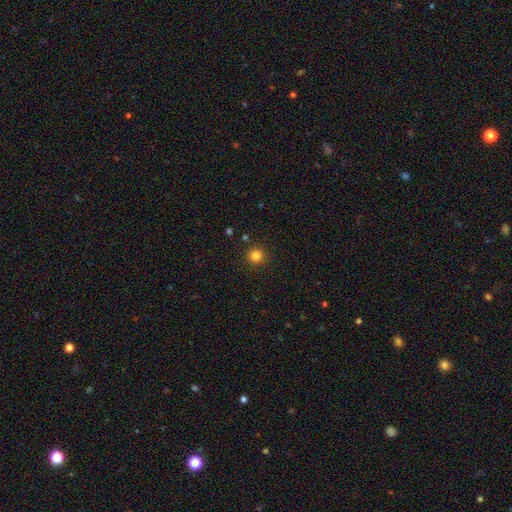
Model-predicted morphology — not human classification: Overall: smooth (82%). How rounded: round (95%). Merging: none (92%).